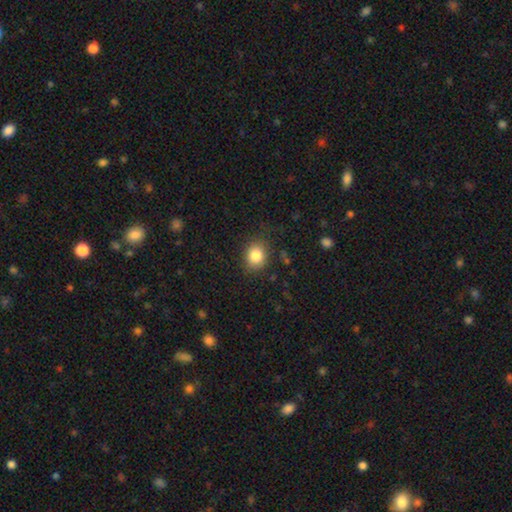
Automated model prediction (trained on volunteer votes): smooth-or-featured: smooth: 84% | star or artifact: 10% | featured or disk: 6%
  how-rounded: round: 61% | in between: 38% | cigar-shaped: 1%
  merging: none: 81% | minor disturbance: 13% | major disturbance: 4% | merger: 1%